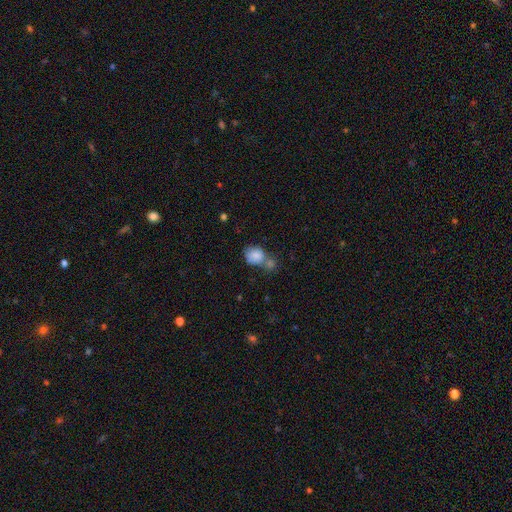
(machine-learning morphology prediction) A smooth galaxy with no disk features (84%) that is round (65%).

Vote fractions:
- Smooth or featured? smooth: 84% / featured or disk: 8% / star or artifact: 8%
- How rounded? round: 65% / in between: 34% / cigar-shaped: 1%
- Merging? merger: 44% / none: 36% / minor disturbance: 14% / major disturbance: 6%